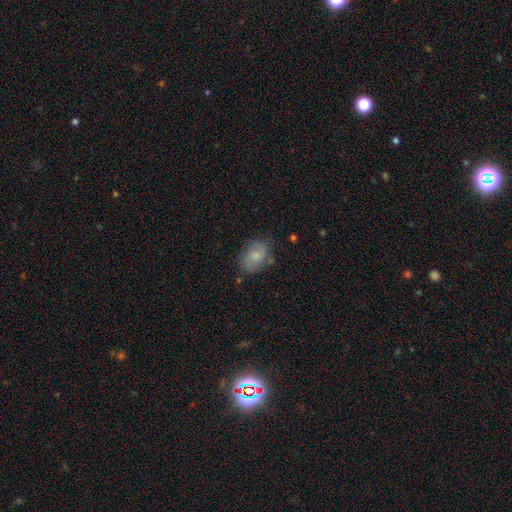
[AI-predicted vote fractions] smooth 72%, featured or disk 20%, star or artifact 8%. Down the decision tree: how rounded — in between (82%); merging — none (70%).